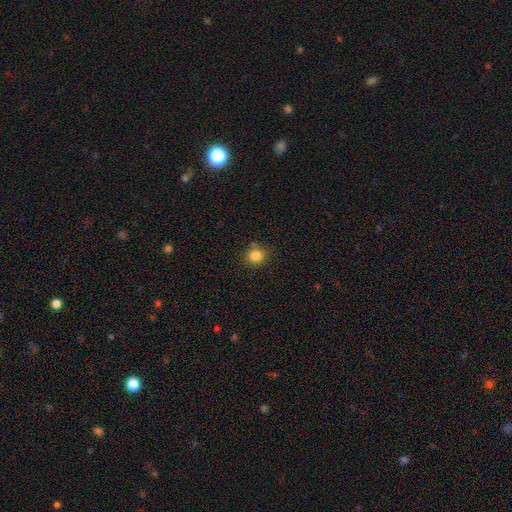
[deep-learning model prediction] Q: Smooth or featured?
A: smooth (82%); runner-up: star or artifact (12%)
Q: How rounded?
A: round (88%); runner-up: in between (11%)
Q: Merging?
A: none (79%); runner-up: minor disturbance (12%)